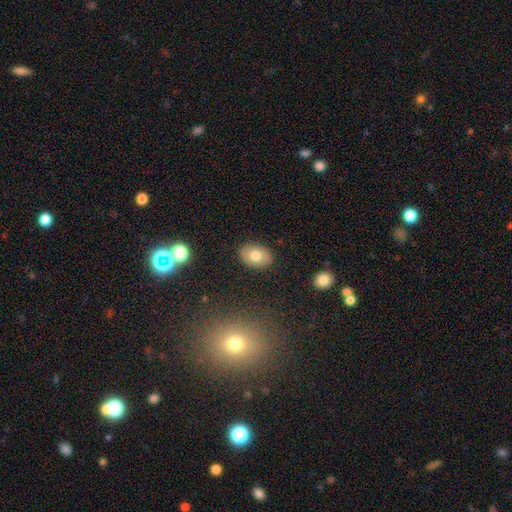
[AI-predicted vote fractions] Q: Smooth or featured?
A: smooth (76%); runner-up: featured or disk (15%)
Q: How rounded?
A: in between (82%); runner-up: round (17%)
Q: Merging?
A: none (87%); runner-up: minor disturbance (10%)